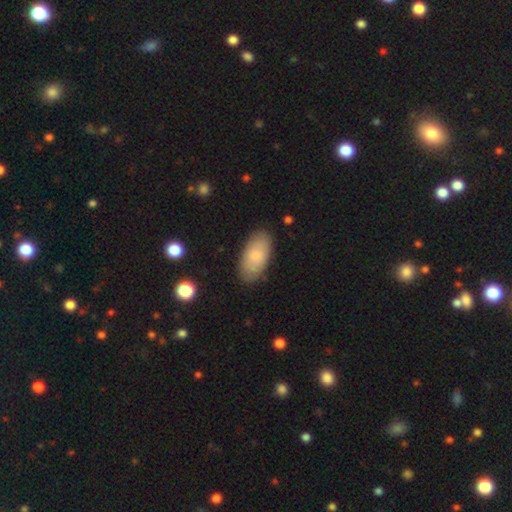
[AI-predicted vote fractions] Q: Smooth or featured?
A: smooth (81%); runner-up: featured or disk (13%)
Q: How rounded?
A: in between (94%); runner-up: cigar-shaped (4%)
Q: Merging?
A: none (84%); runner-up: minor disturbance (12%)